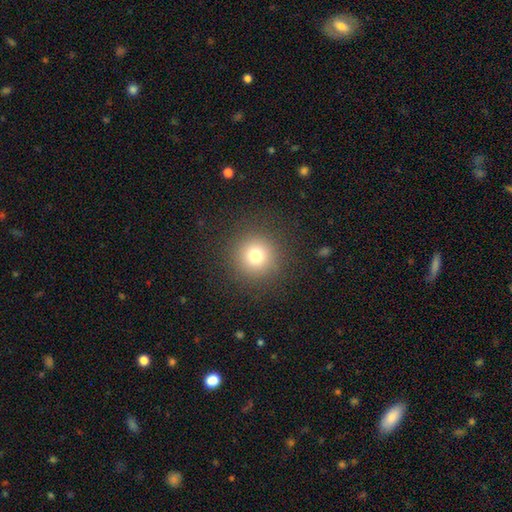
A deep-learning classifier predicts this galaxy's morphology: Smooth or featured?
  - smooth: 76% *
  - star or artifact: 15%
  - featured or disk: 9%
How rounded?
  - round: 95% *
  - in between: 4%
  - cigar-shaped: 1%
Merging?
  - none: 89% *
  - minor disturbance: 6%
  - major disturbance: 4%
  - merger: 1%